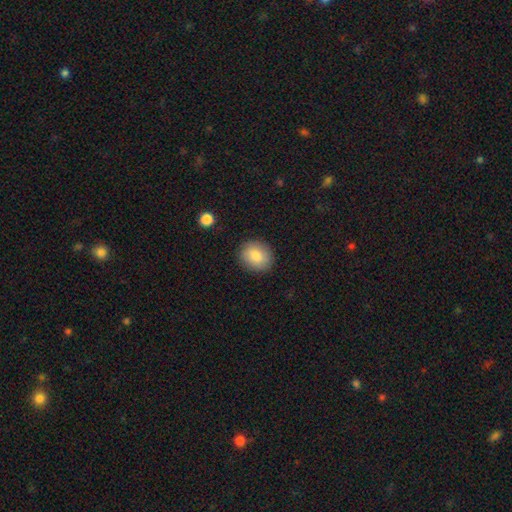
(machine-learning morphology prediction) smooth_or_featured: smooth (p=0.84) [alt: featured or disk p=0.09]
how_rounded: round (p=0.64) [alt: in between p=0.35]
merging: none (p=0.88) [alt: minor disturbance p=0.09]